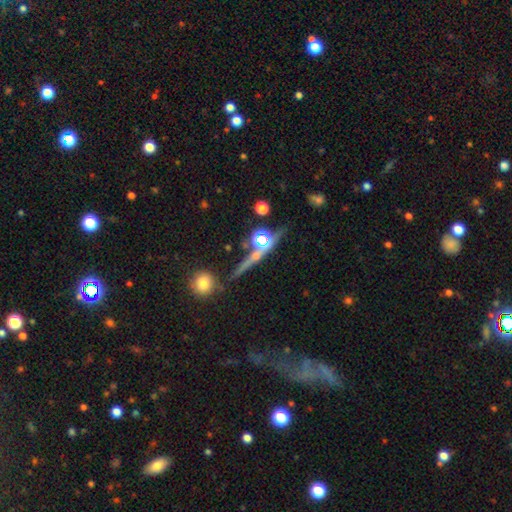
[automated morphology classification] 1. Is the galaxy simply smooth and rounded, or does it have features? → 55% featured or disk, 23% star or artifact, 22% smooth.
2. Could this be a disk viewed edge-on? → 86% yes, 14% no.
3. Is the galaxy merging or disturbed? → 71% none, 12% merger, 11% minor disturbance, 6% major disturbance.